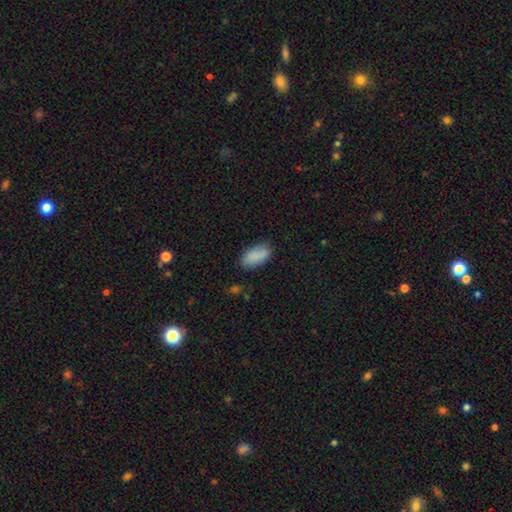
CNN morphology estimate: Smooth or featured: smooth — 88% (star or artifact — 7%)
How rounded: in between — 92% (cigar-shaped — 6%)
Merging: none — 83% (minor disturbance — 13%)